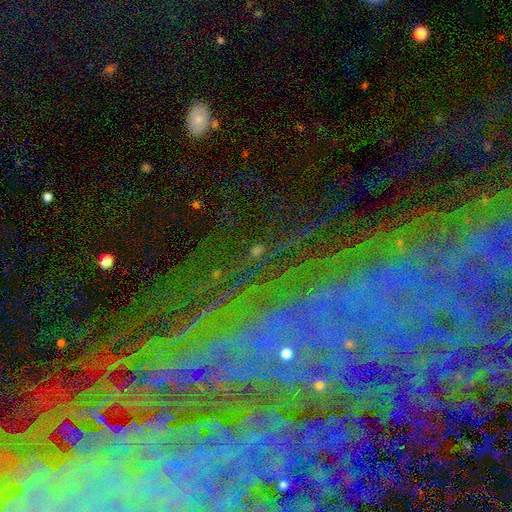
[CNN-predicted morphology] A star or artifact, not a galaxy (66%).

Vote fractions:
- Smooth or featured? star or artifact: 66% / featured or disk: 22% / smooth: 12%